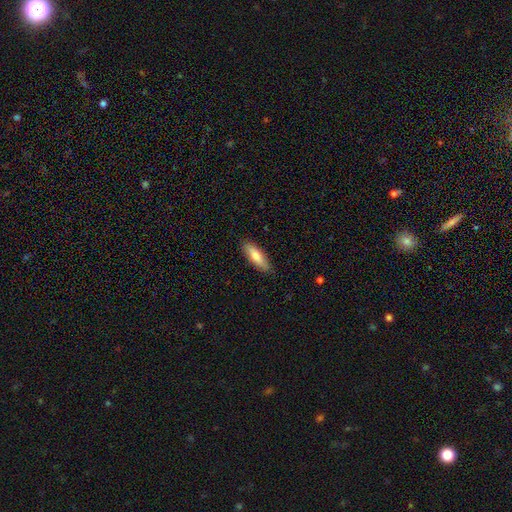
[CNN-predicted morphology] Overall: smooth (72%). How rounded: cigar-shaped (50%; in between 48%). Merging: none (87%).